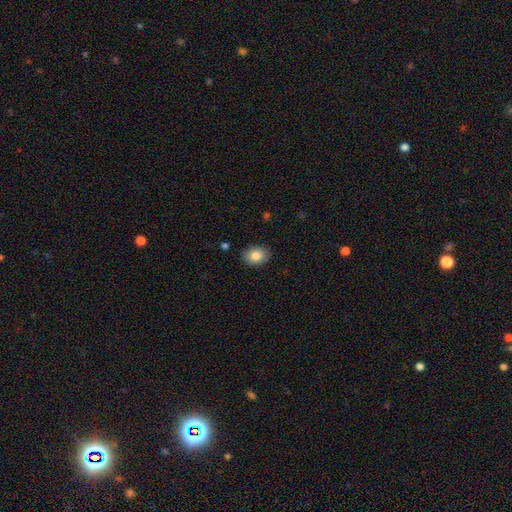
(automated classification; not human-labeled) The model was most divided on "how rounded": in between: 64%, round: 35%, cigar-shaped: 1%. More confident: merging — none (88%); smooth or featured — smooth (86%).